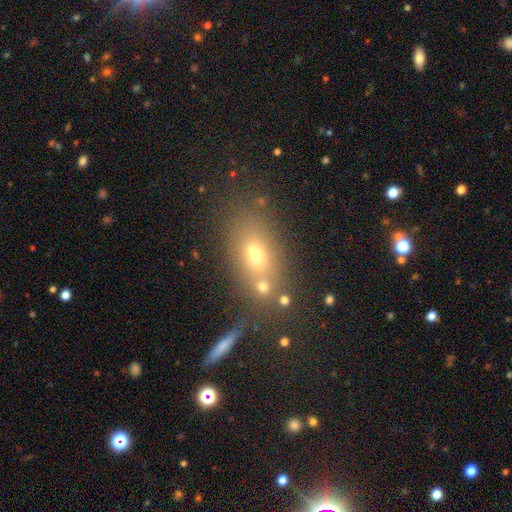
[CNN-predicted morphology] Smooth or featured? Predicted: smooth (p=0.56). How rounded? Predicted: in between (p=0.69). Merging? Predicted: none (p=0.46).